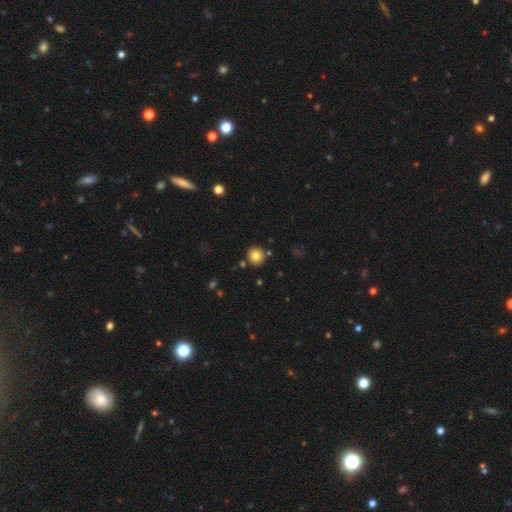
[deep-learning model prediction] Smooth or featured? smooth (81%)
How rounded? round (88%)
Merging? none (86%)